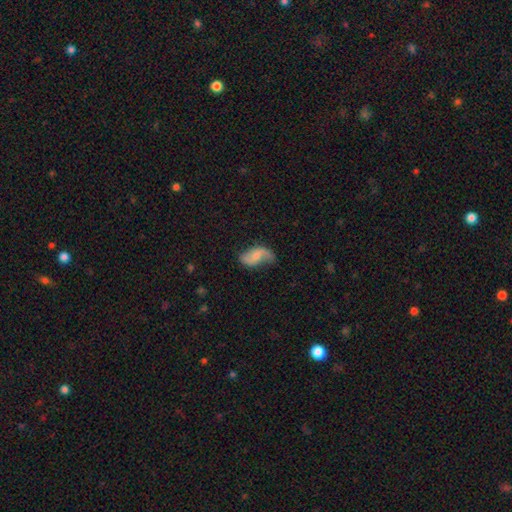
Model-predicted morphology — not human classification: This appears to be a featured or disk galaxy (66%) with no bar (55%), 2 (84%) loose (75%) spiral arms (90%) and a small central bulge (54%). Merging: none (57%).